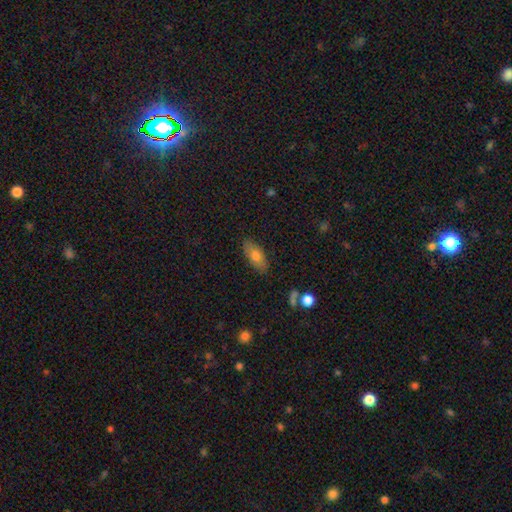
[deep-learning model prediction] smooth-or-featured: smooth: 71% | featured or disk: 21% | star or artifact: 8%
  how-rounded: in between: 84% | cigar-shaped: 12% | round: 4%
  merging: none: 84% | minor disturbance: 12% | major disturbance: 3% | merger: 2%